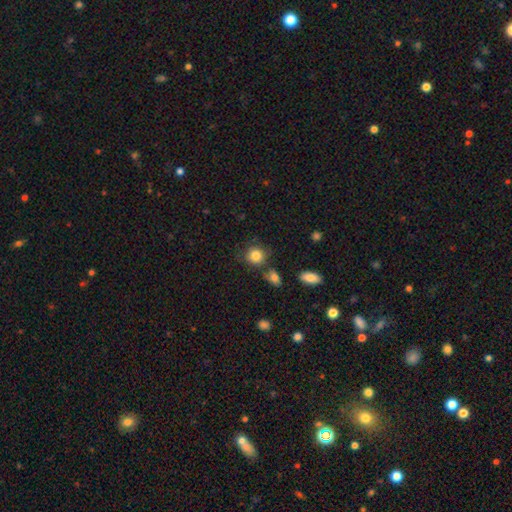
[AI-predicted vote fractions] Smooth or featured: smooth — 84% (star or artifact — 9%)
How rounded: round — 84% (in between — 15%)
Merging: none — 73% (minor disturbance — 14%)